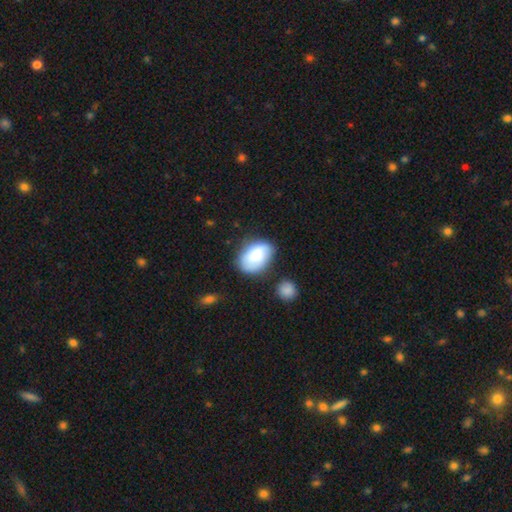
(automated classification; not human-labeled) Smooth or featured? Predicted: smooth (p=0.81). How rounded? Predicted: in between (p=0.84). Merging? Predicted: none (p=0.66).